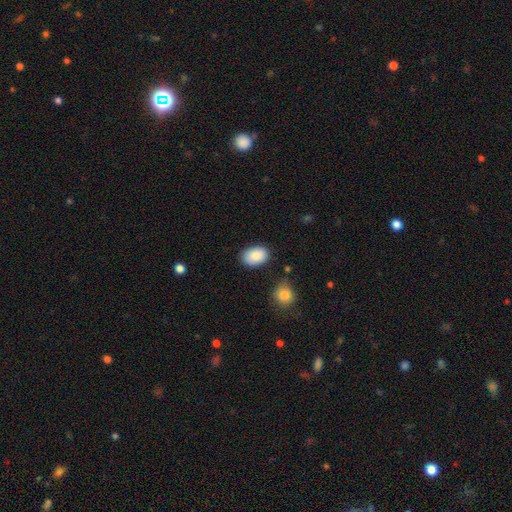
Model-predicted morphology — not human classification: This appears to be a smooth galaxy with no disk features (89%) that is in between round and cigar-shaped (85%). Merging: none (81%).